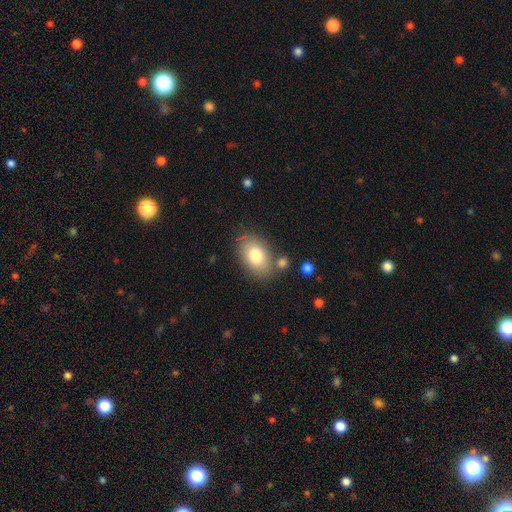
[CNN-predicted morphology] Overall: smooth (79%). How rounded: in between (85%). Merging: none (75%).